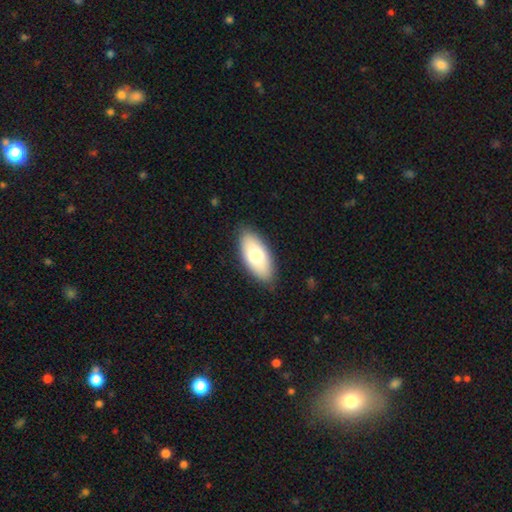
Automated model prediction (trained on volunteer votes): Overall: smooth (71%). How rounded: in between (90%). Merging: none (85%).